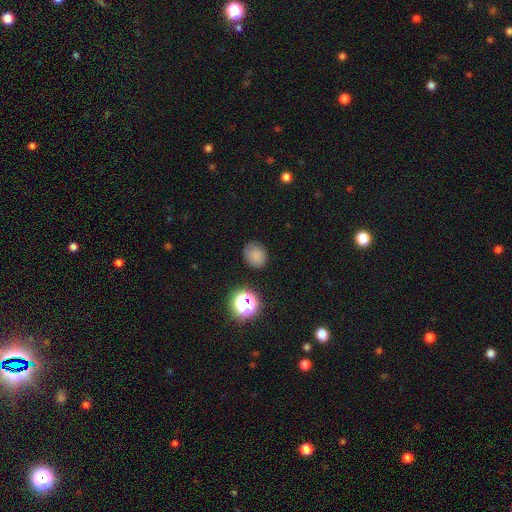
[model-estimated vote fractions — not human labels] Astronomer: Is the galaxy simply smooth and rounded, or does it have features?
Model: smooth — 78%.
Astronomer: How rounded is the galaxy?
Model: round — 62% (runner-up: in between, 37%).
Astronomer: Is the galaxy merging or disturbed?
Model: none — 80%.